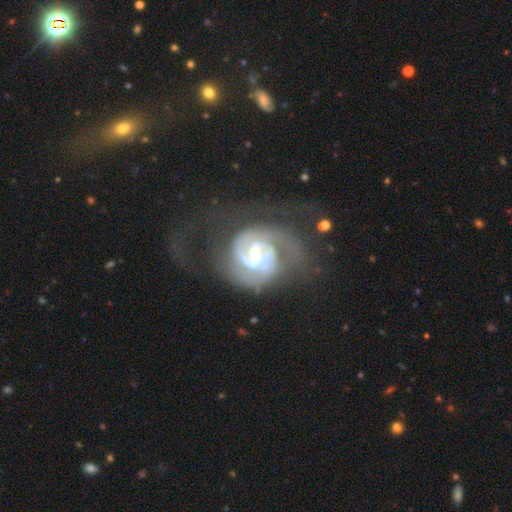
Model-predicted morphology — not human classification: The model was most divided on "bulge size": moderate: 47%, small: 45%, large: 4%, none: 2%, dominant: 1%. Remaining: edge-on disk — no (98%); spiral arms — yes (97%); smooth or featured — featured or disk (89%); spiral arm count — 2 (64%); spiral winding — tight (50%); bar — weak (50%); merging — none (45%).